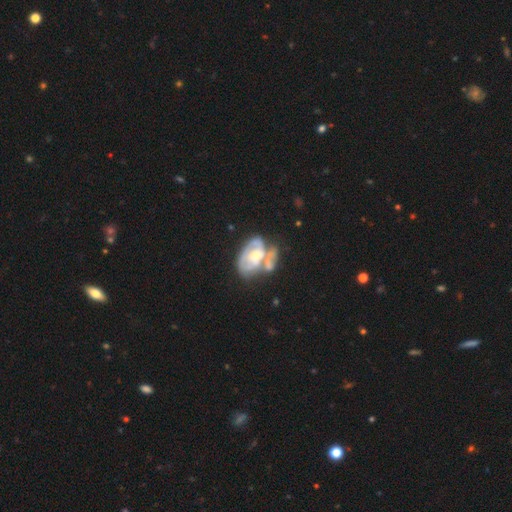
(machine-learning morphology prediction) Smooth or featured: featured or disk — 71% (smooth — 23%)
Edge-on disk: no — 96% (yes — 4%)
Bar: no — 73% (weak — 22%)
Spiral arms: yes — 61% (no — 39%)
Bulge size: moderate — 57% (small — 27%)
Merging: merger — 40% (none — 23%)